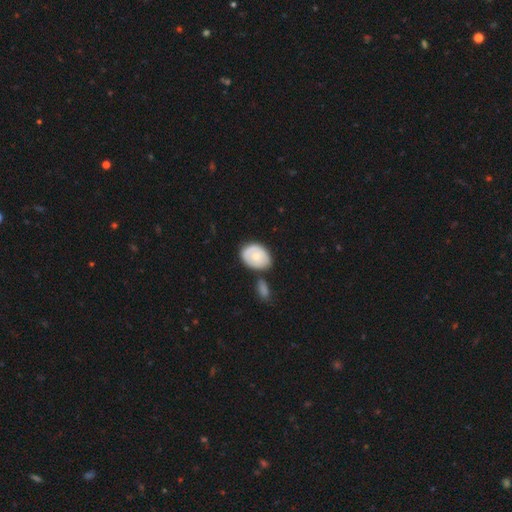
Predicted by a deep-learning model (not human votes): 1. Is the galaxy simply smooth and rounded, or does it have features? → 62% smooth, 32% featured or disk, 6% star or artifact.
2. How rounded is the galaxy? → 71% in between, 27% round, 1% cigar-shaped.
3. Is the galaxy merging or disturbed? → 56% none, 24% minor disturbance, 14% merger, 7% major disturbance.